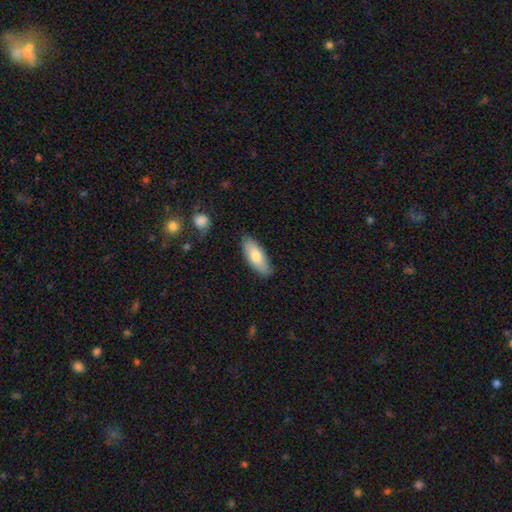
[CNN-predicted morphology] Smooth or featured? Predicted: smooth (p=0.74). How rounded? Predicted: in between (p=0.76). Merging? Predicted: none (p=0.83).